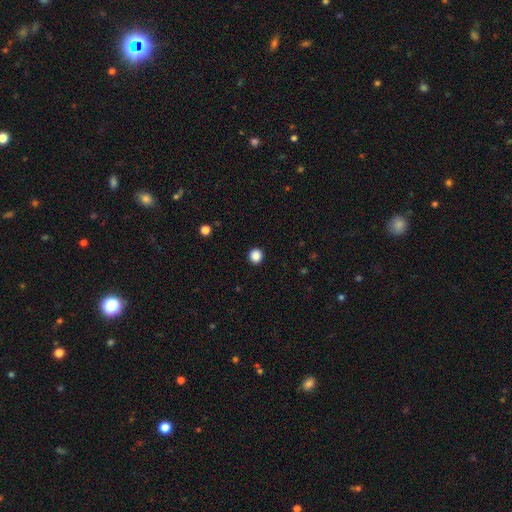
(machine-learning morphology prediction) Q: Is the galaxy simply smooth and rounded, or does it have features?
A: smooth — 87%.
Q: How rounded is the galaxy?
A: round — 92%.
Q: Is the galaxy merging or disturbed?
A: none — 93%.